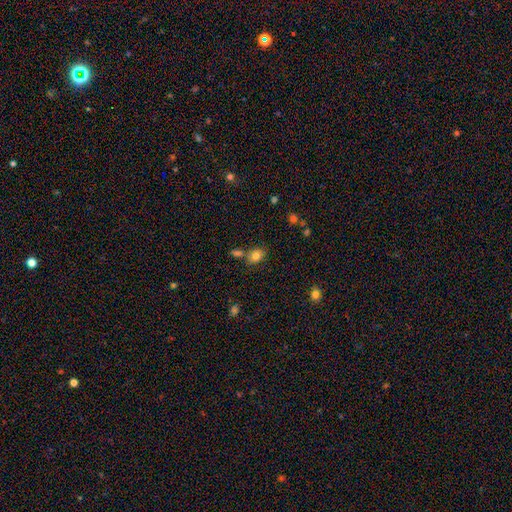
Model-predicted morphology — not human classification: This is clearly a smooth galaxy (81%). How rounded: likely in between (67%). Merging: likely none (67%).